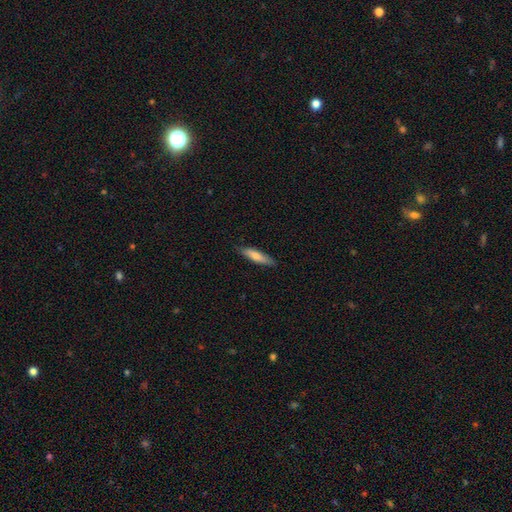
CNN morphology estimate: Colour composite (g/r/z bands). It shows a smooth galaxy with no disk features (74%) that is cigar-shaped (78%). Merging: none (85%).